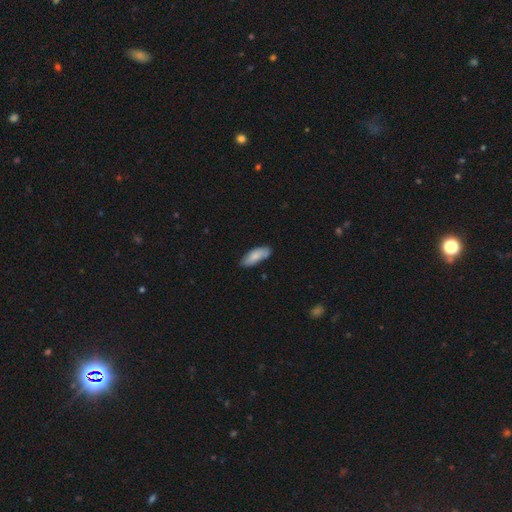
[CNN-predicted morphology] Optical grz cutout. It shows a smooth galaxy with no disk features (80%) that is in between round and cigar-shaped (77%). Merging: none (78%).